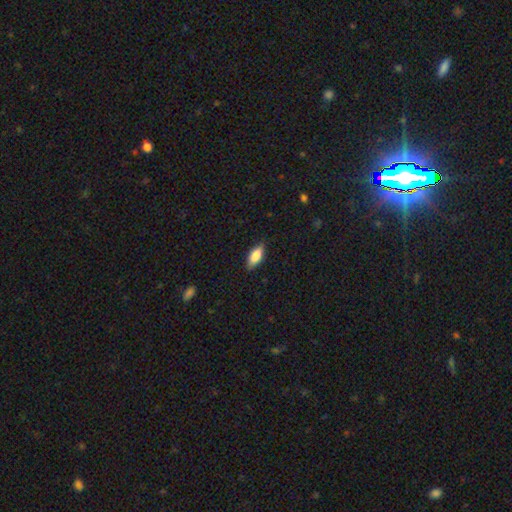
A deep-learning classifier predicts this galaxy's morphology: Q: Smooth or featured?
A: smooth (83%); runner-up: featured or disk (11%)
Q: How rounded?
A: in between (81%); runner-up: cigar-shaped (17%)
Q: Merging?
A: none (84%); runner-up: minor disturbance (13%)